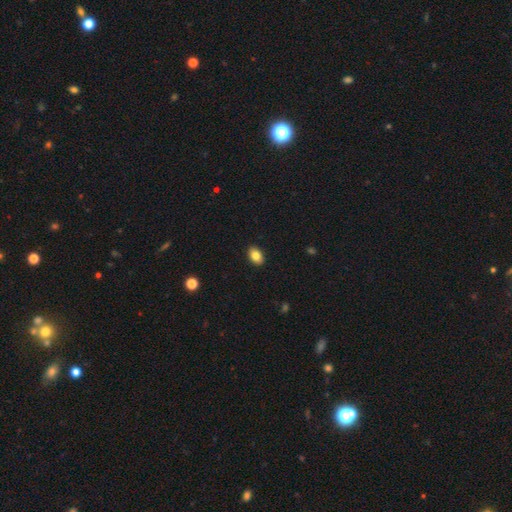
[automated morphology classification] smooth_or_featured: smooth (p=0.83) [alt: star or artifact p=0.08]
how_rounded: in between (p=0.84) [alt: round p=0.15]
merging: none (p=0.90) [alt: minor disturbance p=0.07]